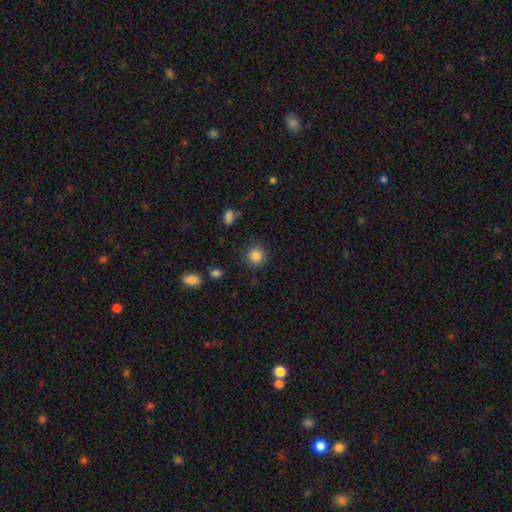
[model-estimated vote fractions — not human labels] Smooth or featured?
  - smooth: 86% *
  - star or artifact: 10%
  - featured or disk: 4%
How rounded?
  - round: 93% *
  - in between: 7%
  - cigar-shaped: 1%
Merging?
  - none: 88% *
  - minor disturbance: 8%
  - major disturbance: 3%
  - merger: 2%